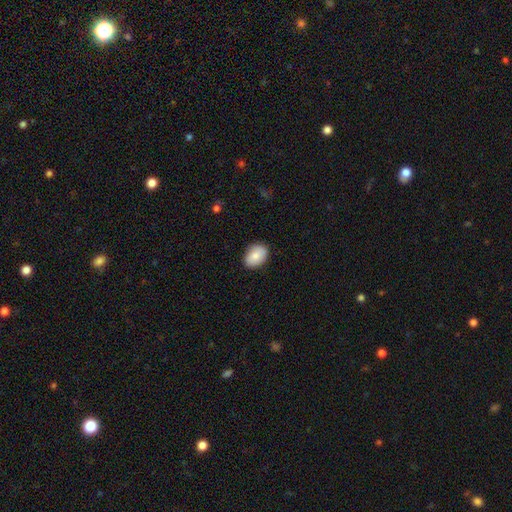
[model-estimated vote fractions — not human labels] smooth_or_featured: smooth (p=0.84) [alt: featured or disk p=0.09]
how_rounded: in between (p=0.79) [alt: round p=0.20]
merging: none (p=0.85) [alt: minor disturbance p=0.11]